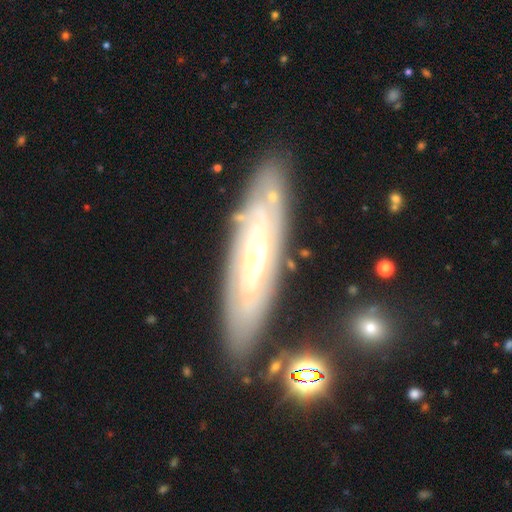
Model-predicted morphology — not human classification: Overall: featured or disk (74%). Edge-on disk: no (61%; yes 39%). Merging: none (81%).